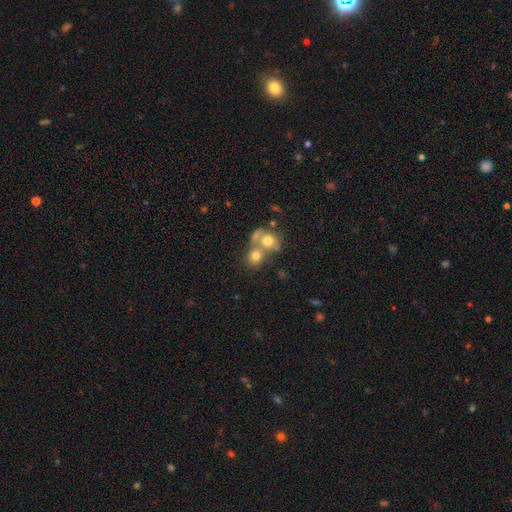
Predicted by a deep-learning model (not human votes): Q: Smooth or featured?
A: smooth (70%); runner-up: featured or disk (18%)
Q: How rounded?
A: round (74%); runner-up: in between (25%)
Q: Merging?
A: merger (56%); runner-up: none (33%)